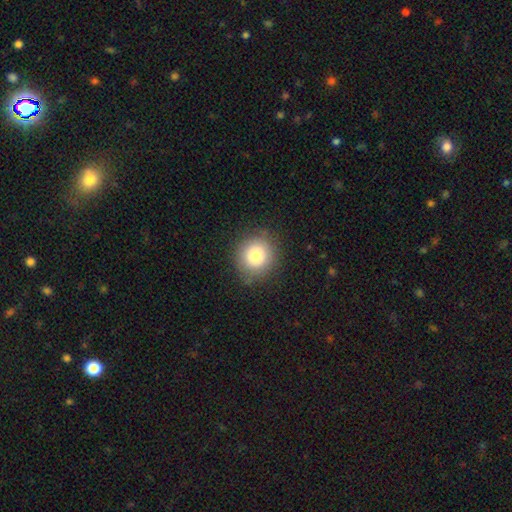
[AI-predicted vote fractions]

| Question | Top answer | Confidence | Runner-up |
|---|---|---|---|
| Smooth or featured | smooth | 81% | star or artifact (10%) |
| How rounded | round | 88% | in between (11%) |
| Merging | none | 85% | minor disturbance (11%) |